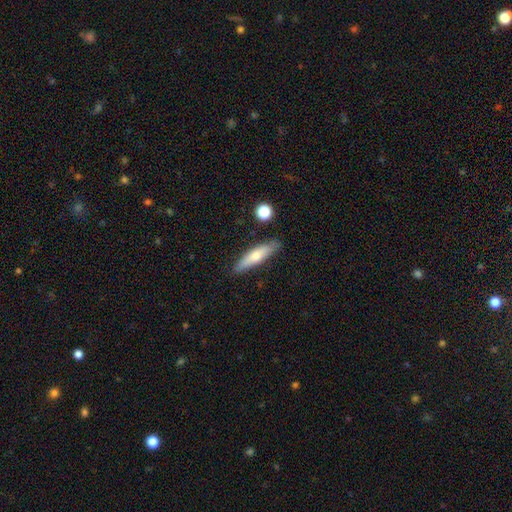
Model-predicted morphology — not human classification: The model was most divided on "smooth or featured": smooth: 59%, featured or disk: 34%, star or artifact: 6%. More confident: merging — none (85%); how rounded — cigar-shaped (77%).